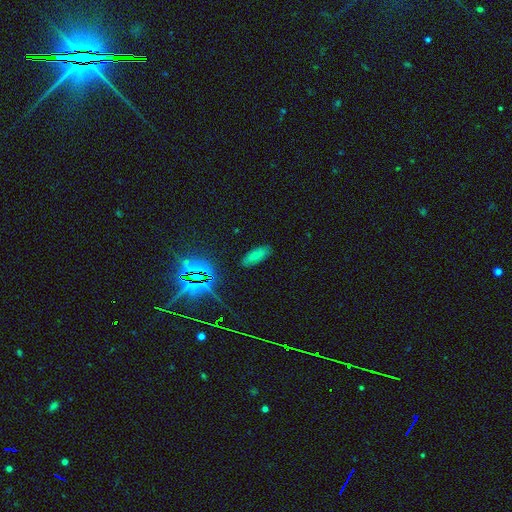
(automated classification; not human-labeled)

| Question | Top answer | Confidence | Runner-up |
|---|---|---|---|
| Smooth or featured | smooth | 67% | star or artifact (18%) |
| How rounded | in between | 78% | cigar-shaped (19%) |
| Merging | none | 86% | minor disturbance (10%) |